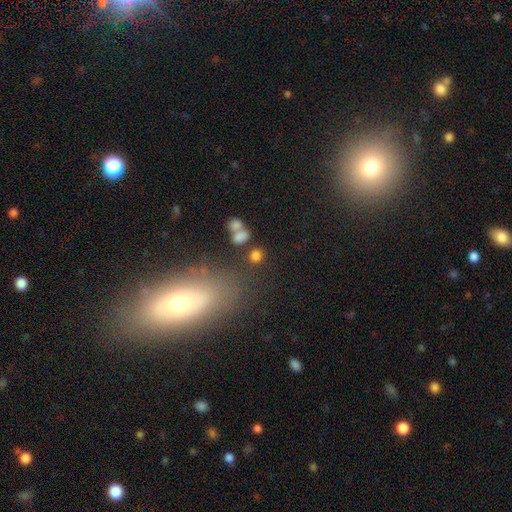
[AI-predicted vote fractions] smooth-or-featured: smooth: 77% | star or artifact: 15% | featured or disk: 8%
  how-rounded: round: 73% | in between: 25% | cigar-shaped: 2%
  merging: none: 64% | merger: 19% | minor disturbance: 10% | major disturbance: 6%